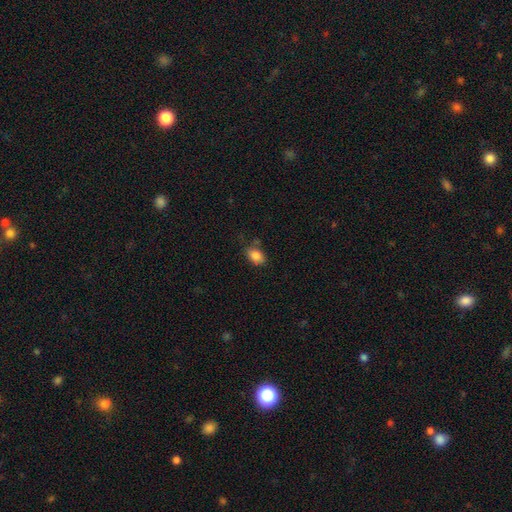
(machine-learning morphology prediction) Overall: smooth (86%). How rounded: in between (80%). Merging: none (74%).